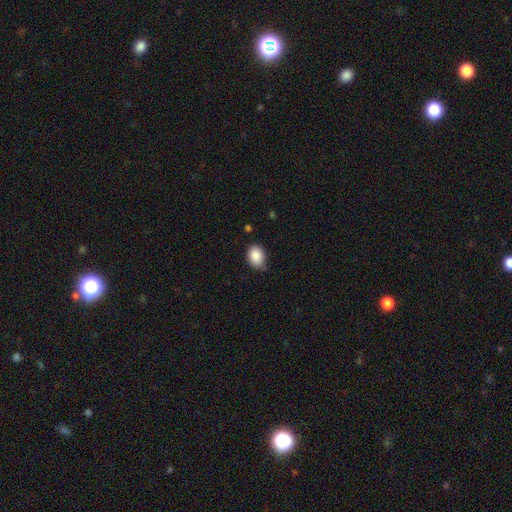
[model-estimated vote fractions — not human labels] Smooth or featured? smooth (88%)
How rounded? in between (70%)
Merging? none (72%)